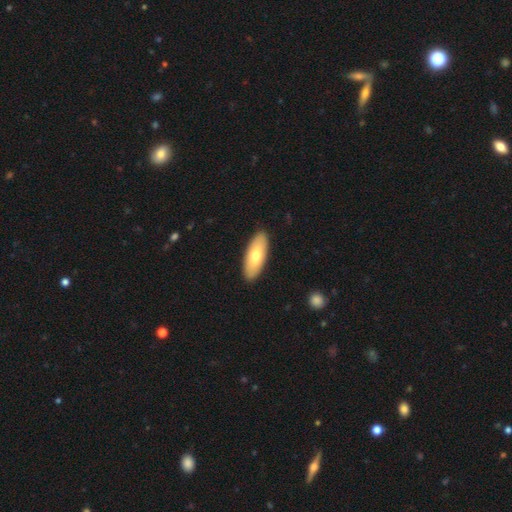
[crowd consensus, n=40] Smooth or featured? smooth (78%)
How rounded? in between (77%)
Merging? none (88%)